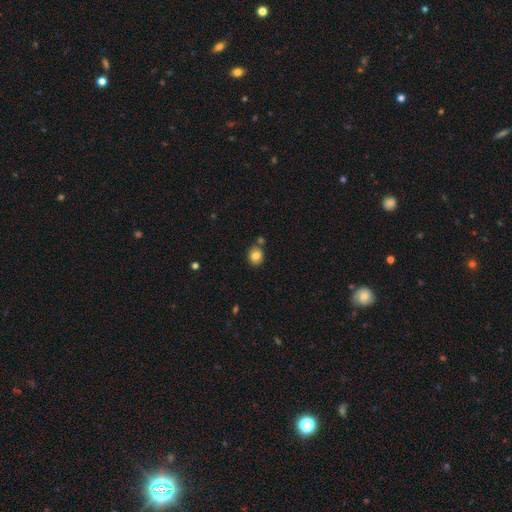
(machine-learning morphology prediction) Smooth or featured?
  - smooth: 83% *
  - star or artifact: 10%
  - featured or disk: 7%
How rounded?
  - round: 73% *
  - in between: 26%
  - cigar-shaped: 1%
Merging?
  - none: 76% *
  - merger: 11%
  - minor disturbance: 10%
  - major disturbance: 3%